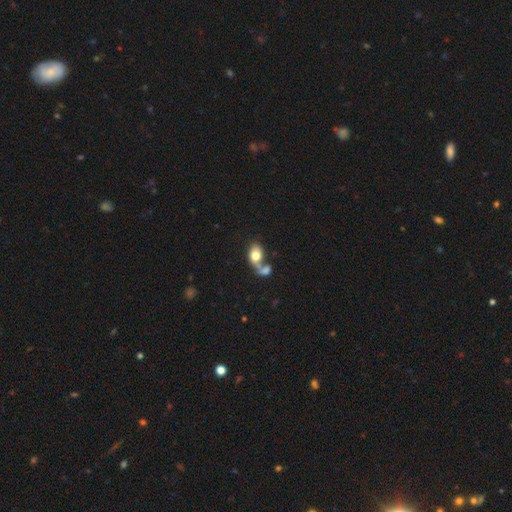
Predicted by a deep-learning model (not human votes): The model was most divided on "merging": merger: 61%, none: 21%, major disturbance: 10%, minor disturbance: 9%. More confident: how rounded — in between (76%); smooth or featured — smooth (72%).